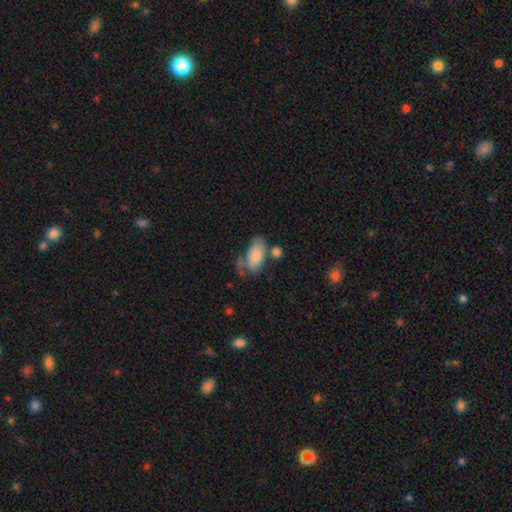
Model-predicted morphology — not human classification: A smooth galaxy with no disk features (80%) that is in between round and cigar-shaped (92%).

Vote fractions:
- Smooth or featured? smooth: 80% / featured or disk: 13% / star or artifact: 6%
- How rounded? in between: 92% / cigar-shaped: 4% / round: 3%
- Merging? none: 45% / minor disturbance: 25% / merger: 17% / major disturbance: 13%